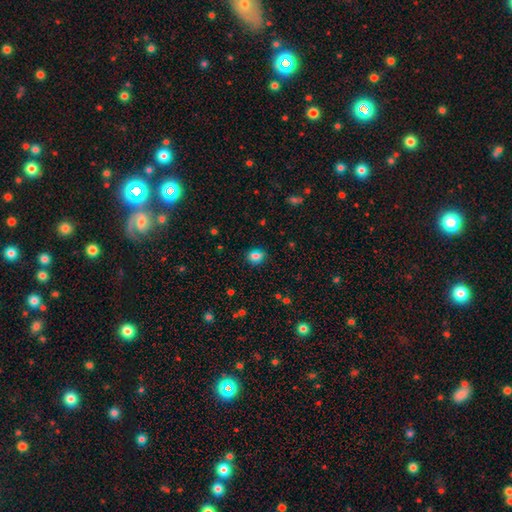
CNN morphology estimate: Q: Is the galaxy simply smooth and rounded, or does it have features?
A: smooth — 73%.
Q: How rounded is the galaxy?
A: round — 52%.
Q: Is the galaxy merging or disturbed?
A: none — 79%.